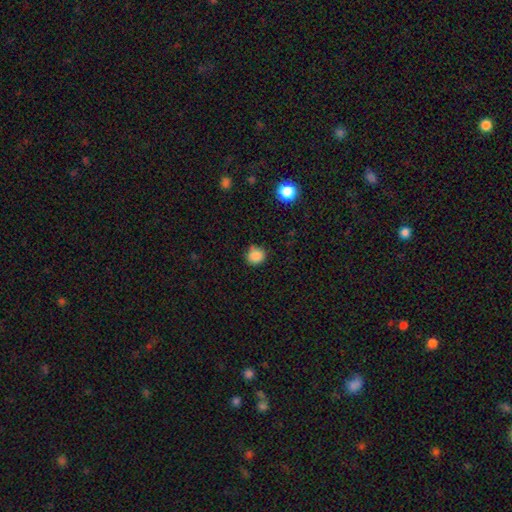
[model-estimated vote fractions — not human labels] This is clearly a smooth galaxy (86%). How rounded: clearly round (84%). Merging: likely none (80%).